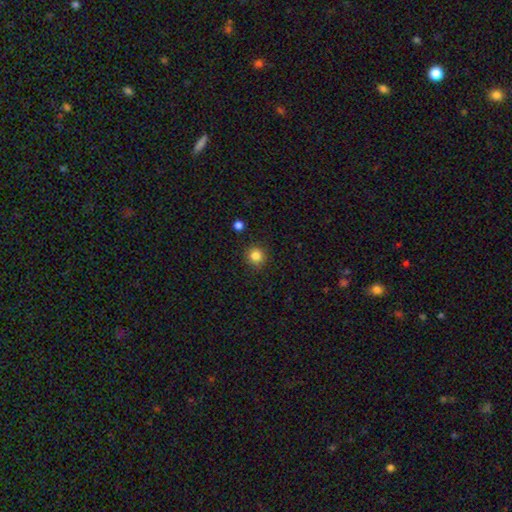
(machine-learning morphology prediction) The model was most divided on "smooth or featured": smooth: 84%, star or artifact: 12%, featured or disk: 4%. More confident: how rounded — round (92%); merging — none (90%).